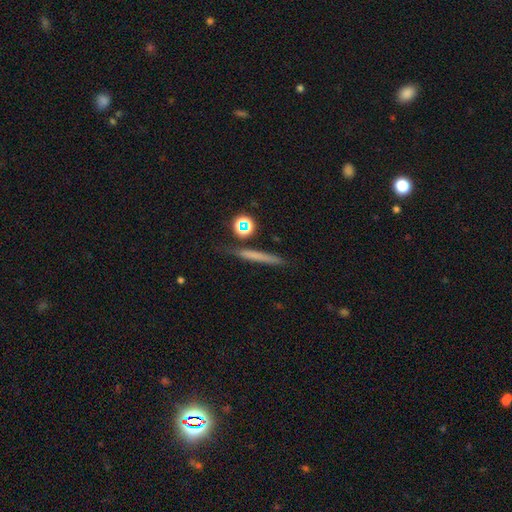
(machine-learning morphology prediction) This is possibly a smooth galaxy (57%). How rounded: clearly cigar-shaped (85%). Merging: likely none (78%).